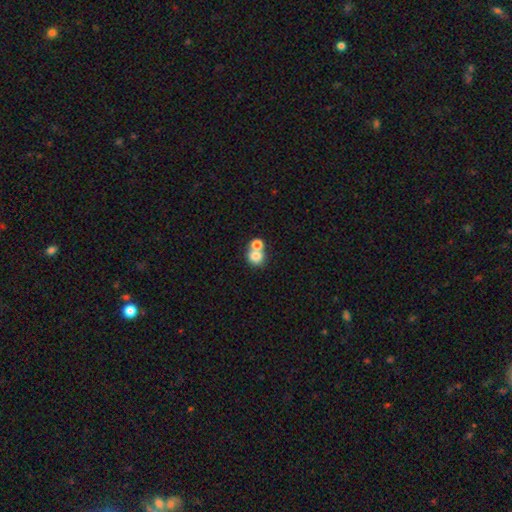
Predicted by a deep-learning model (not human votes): Smooth or featured?
  - smooth: 78% *
  - featured or disk: 12%
  - star or artifact: 10%
How rounded?
  - round: 78% *
  - in between: 21%
  - cigar-shaped: 1%
Merging?
  - merger: 53% *
  - none: 38%
  - minor disturbance: 6%
  - major disturbance: 3%